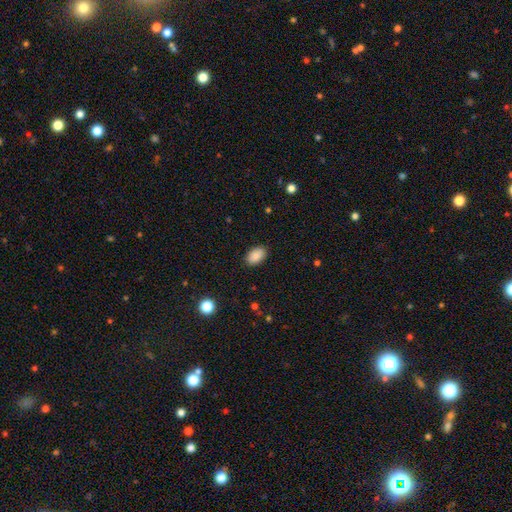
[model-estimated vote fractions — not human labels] Smooth or featured: smooth — 89% (star or artifact — 7%)
How rounded: in between — 91% (round — 8%)
Merging: none — 88% (minor disturbance — 9%)